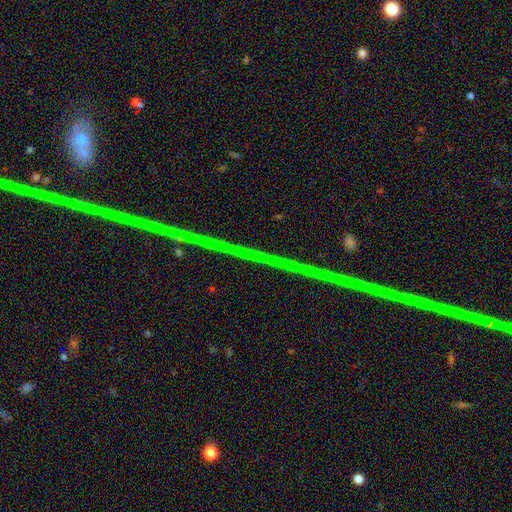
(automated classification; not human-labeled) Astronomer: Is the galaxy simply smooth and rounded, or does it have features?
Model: star or artifact — 78%.